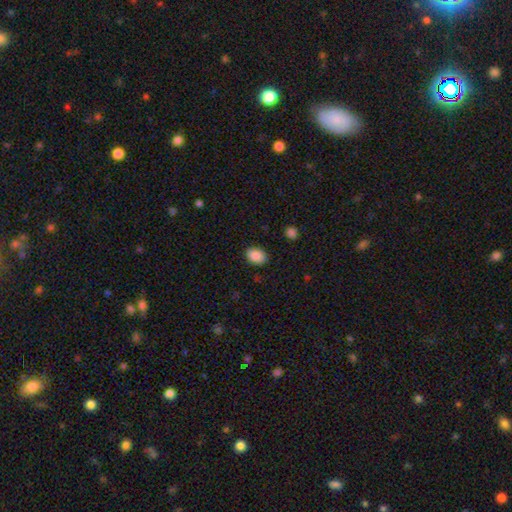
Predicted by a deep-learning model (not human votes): smooth-or-featured: smooth: 89% | star or artifact: 7% | featured or disk: 3%
  how-rounded: in between: 76% | round: 23% | cigar-shaped: 1%
  merging: none: 87% | minor disturbance: 10% | major disturbance: 2% | merger: 1%